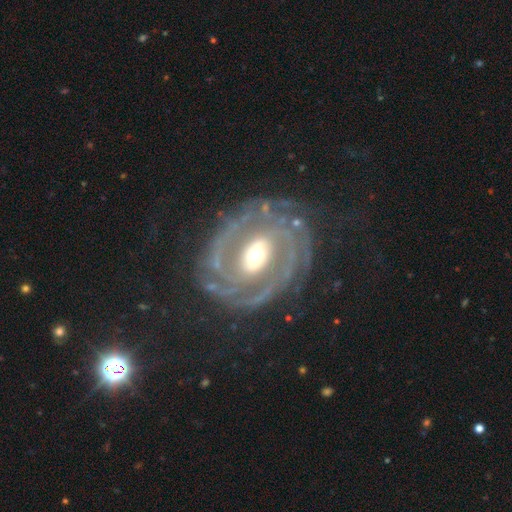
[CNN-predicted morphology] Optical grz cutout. It shows a featured or disk galaxy (90%) with a weak bar (38%), 2 (32%) tight (68%) spiral arms (97%) and a moderate central bulge (62%). Merging: none (74%).